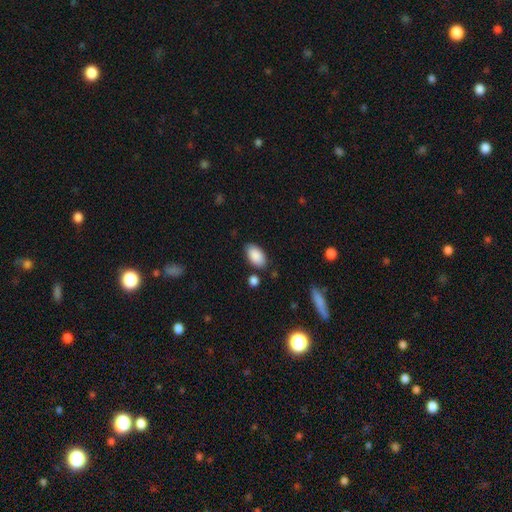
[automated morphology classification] A smooth galaxy with no disk features (89%) that is in between round and cigar-shaped (94%).

Vote fractions:
- Smooth or featured? smooth: 89% / star or artifact: 6% / featured or disk: 4%
- How rounded? in between: 94% / round: 4% / cigar-shaped: 2%
- Merging? none: 82% / minor disturbance: 12% / merger: 4% / major disturbance: 3%